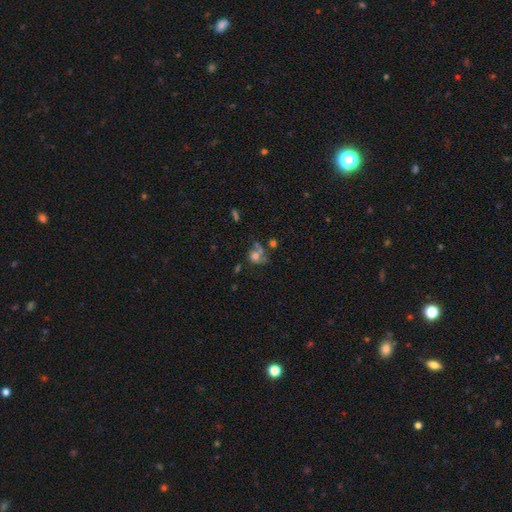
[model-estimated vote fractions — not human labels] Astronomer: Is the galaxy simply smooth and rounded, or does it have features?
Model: smooth — 62%.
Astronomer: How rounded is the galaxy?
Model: round — 70%.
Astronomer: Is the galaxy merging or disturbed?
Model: none — 35%, tied with merger at 35%.